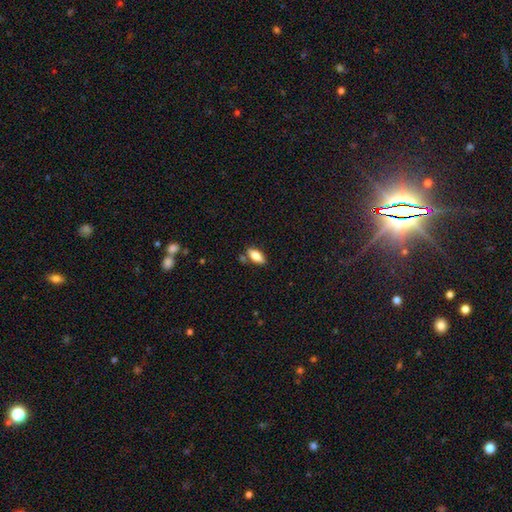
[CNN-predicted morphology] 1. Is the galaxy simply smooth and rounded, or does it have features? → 75% smooth, 18% featured or disk, 7% star or artifact.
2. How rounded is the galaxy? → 82% in between, 16% cigar-shaped, 3% round.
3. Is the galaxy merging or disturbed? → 76% none, 13% minor disturbance, 7% merger, 3% major disturbance.